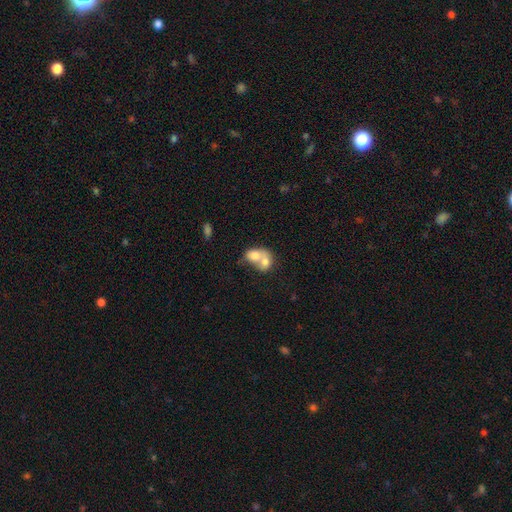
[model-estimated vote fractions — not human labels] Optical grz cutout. It shows a smooth galaxy with no disk features (67%) that is in between round and cigar-shaped (60%). Merging: merger (80%).